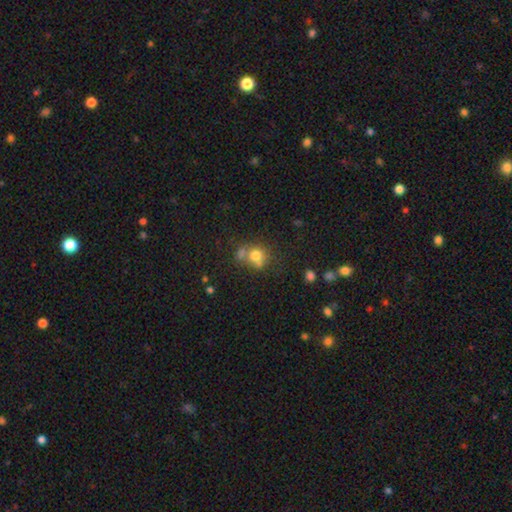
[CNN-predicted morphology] Smooth or featured? smooth (73%)
How rounded? round (80%)
Merging? none (43%)